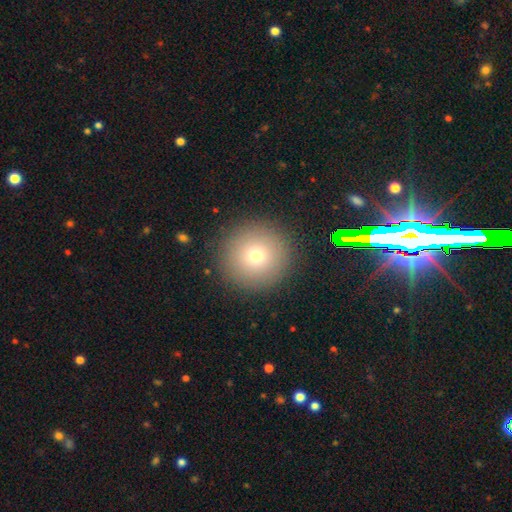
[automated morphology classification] Smooth or featured? smooth (72%)
How rounded? round (96%)
Merging? none (90%)